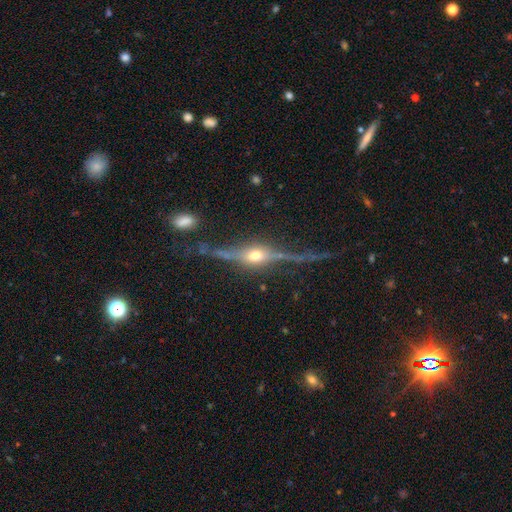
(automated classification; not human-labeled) A featured or disk galaxy (86%) viewed edge-on (94%) with a rounded central bulge (95%). Merging: none (77%).